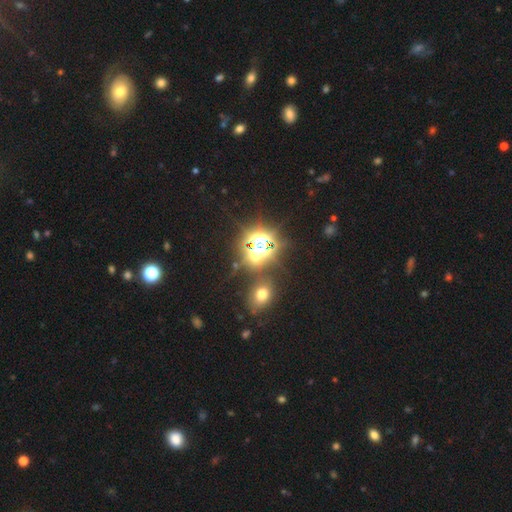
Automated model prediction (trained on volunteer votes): Morphology: type=star or artifact (74%).